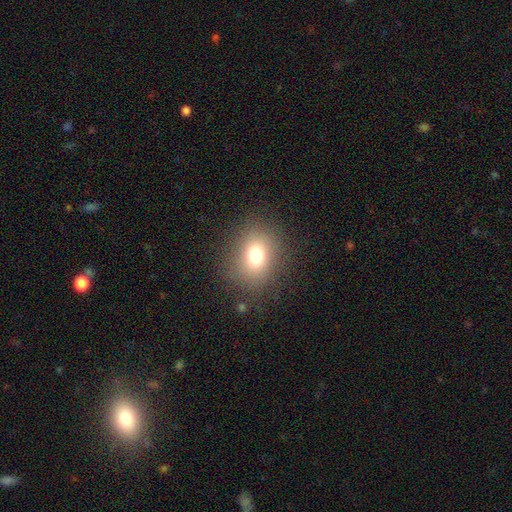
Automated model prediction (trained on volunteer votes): Q: Smooth or featured?
A: smooth (74%); runner-up: star or artifact (15%)
Q: How rounded?
A: round (52%); runner-up: in between (47%)
Q: Merging?
A: none (83%); runner-up: minor disturbance (10%)